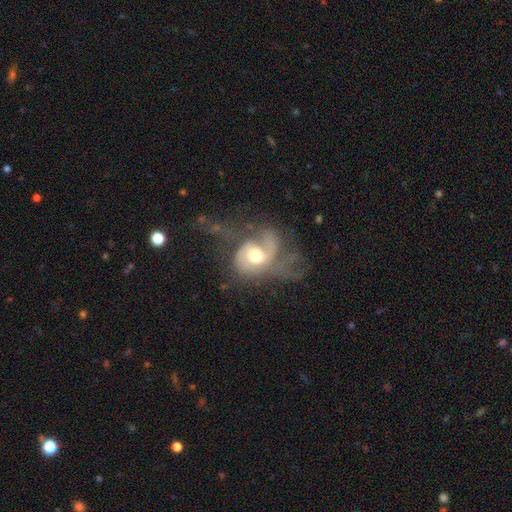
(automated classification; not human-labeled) A featured or disk galaxy (69%) with no bar (68%), 2 (52%) medium (41%) spiral arms (77%) and a moderate central bulge (69%). Merging: major disturbance (50%).